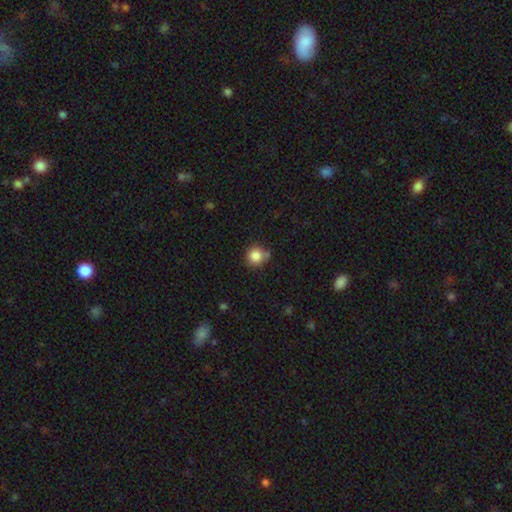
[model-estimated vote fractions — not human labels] The model was most divided on "merging": none: 68%, minor disturbance: 17%, merger: 11%, major disturbance: 4%. More confident: how rounded — round (91%); smooth or featured — smooth (84%).